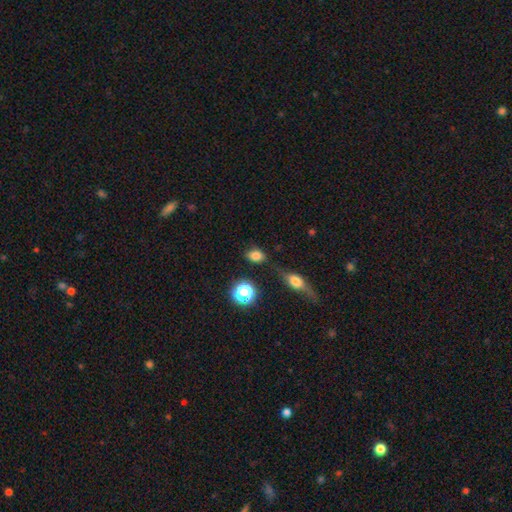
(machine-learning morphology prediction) smooth_or_featured: smooth (p=0.79) [alt: star or artifact p=0.14]
how_rounded: in between (p=0.71) [alt: round p=0.27]
merging: none (p=0.71) [alt: minor disturbance p=0.17]